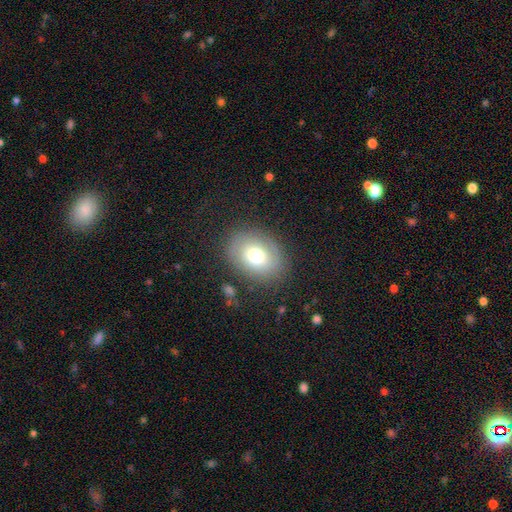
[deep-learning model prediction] A smooth galaxy with no disk features (65%) that is in between round and cigar-shaped (64%). Merging: none (81%).